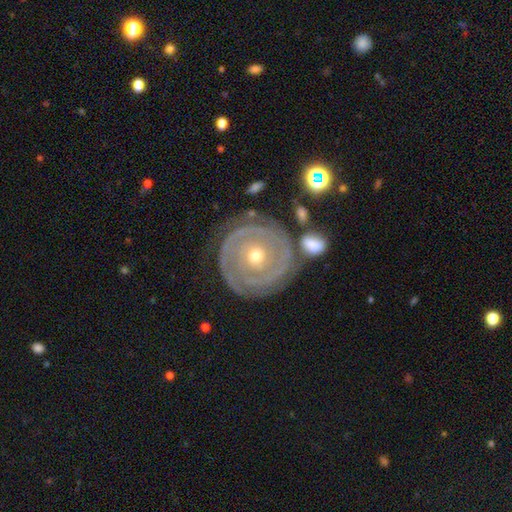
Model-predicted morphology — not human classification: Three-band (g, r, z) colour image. It shows a featured or disk galaxy (85%) with no bar (83%), 2 (37%) tight (86%) spiral arms (90%) and a small central bulge (58%). Merging: none (78%).